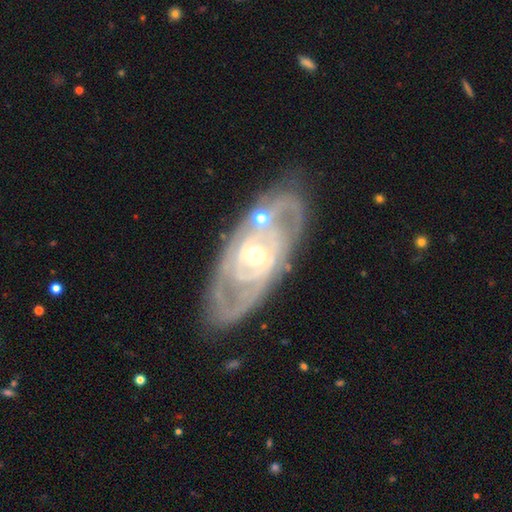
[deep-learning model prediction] A featured or disk galaxy (86%) with no bar (48%), 2 (37%, tied with can't tell) tight (67%) spiral arms (83%) and a moderate central bulge (55%).

Vote fractions:
- Smooth or featured? featured or disk: 86% / smooth: 9% / star or artifact: 5%
- Edge-on disk? no: 91% / yes: 9%
- Bar? no: 48% / weak: 34% / strong: 18%
- Spiral arms? yes: 83% / no: 17%
- Spiral winding? tight: 67% / medium: 26% / loose: 7%
- Spiral arm count? 2: 37% (tied) / can't tell: 37% (tied) / 3: 13% / 4: 5% / 1: 5% / more than 4: 4%
- Bulge size? moderate: 55% / small: 41% / large: 3% / none: 1% / dominant: 1%
- Merging? none: 73% / minor disturbance: 16% / major disturbance: 6% / merger: 5%